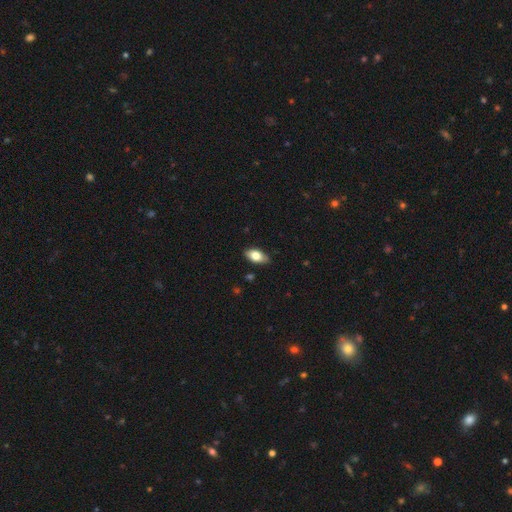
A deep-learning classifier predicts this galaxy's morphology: Smooth or featured?
  - smooth: 78% *
  - featured or disk: 16%
  - star or artifact: 7%
How rounded?
  - in between: 91% *
  - cigar-shaped: 5%
  - round: 4%
Merging?
  - none: 84% *
  - minor disturbance: 13%
  - major disturbance: 2%
  - merger: 1%